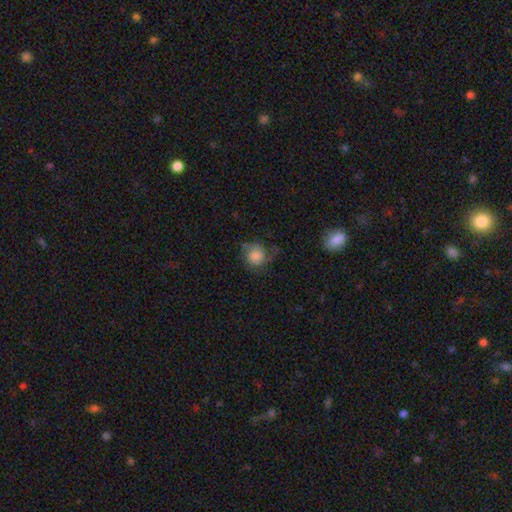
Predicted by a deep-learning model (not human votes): smooth 77%, featured or disk 15%, star or artifact 8%. Down the decision tree: how rounded — round (84%); merging — none (51%).